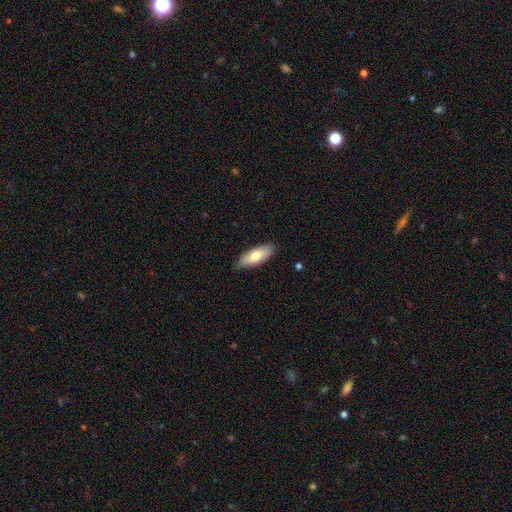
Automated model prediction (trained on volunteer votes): Smooth or featured? smooth (71%)
How rounded? in between (75%)
Merging? none (83%)